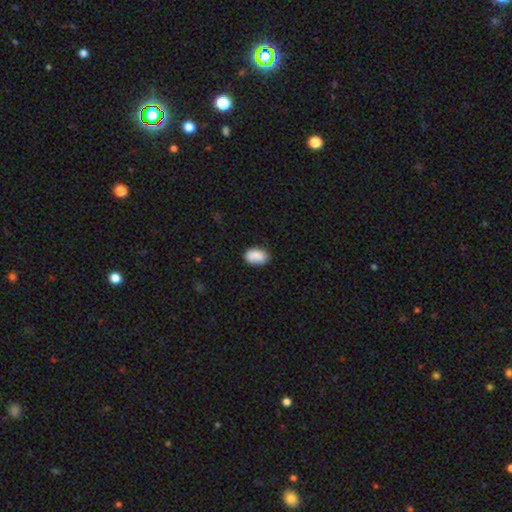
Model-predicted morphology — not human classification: Smooth or featured? smooth (85%)
How rounded? in between (88%)
Merging? none (72%)